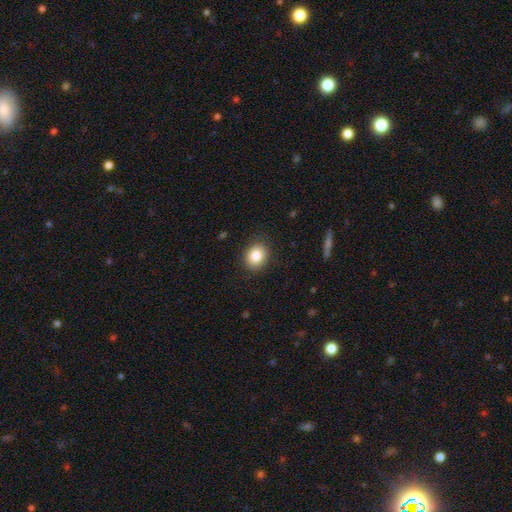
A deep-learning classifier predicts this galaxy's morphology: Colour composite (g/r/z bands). It shows a smooth galaxy with no disk features (83%) that is round (60%). Merging: none (87%).